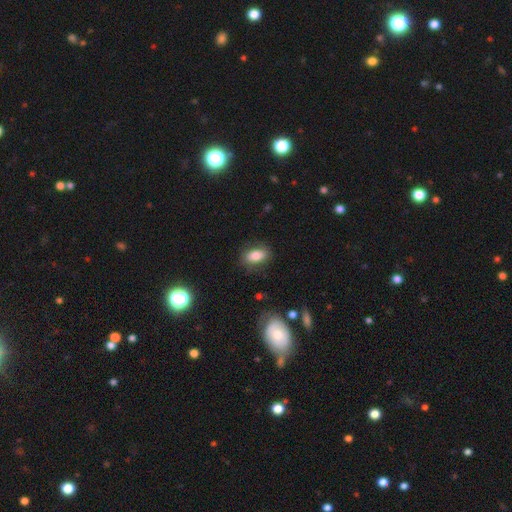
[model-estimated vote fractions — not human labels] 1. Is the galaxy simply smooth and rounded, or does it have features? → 81% smooth, 11% featured or disk, 8% star or artifact.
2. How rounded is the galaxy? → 87% in between, 10% round, 4% cigar-shaped.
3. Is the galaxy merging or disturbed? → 79% none, 15% minor disturbance, 5% major disturbance, 2% merger.